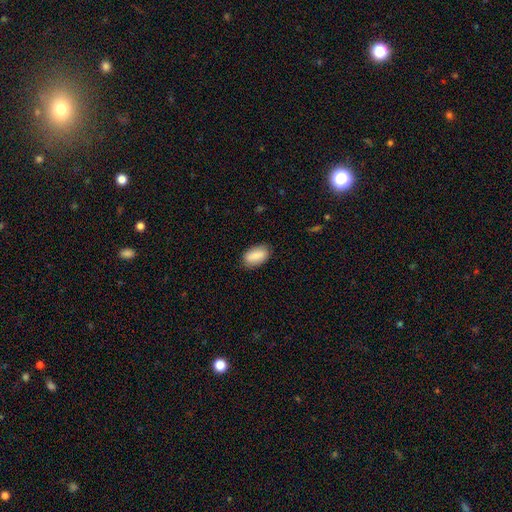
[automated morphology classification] A smooth galaxy with no disk features (85%) that is in between round and cigar-shaped (93%).

Vote fractions:
- Smooth or featured? smooth: 85% / featured or disk: 9% / star or artifact: 6%
- How rounded? in between: 93% / round: 4% / cigar-shaped: 3%
- Merging? none: 84% / minor disturbance: 12% / major disturbance: 3% / merger: 1%